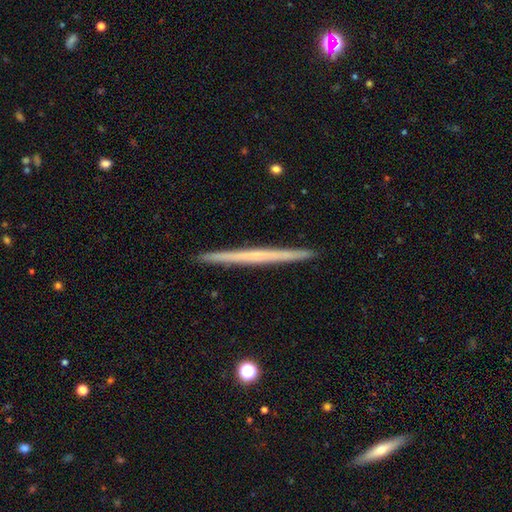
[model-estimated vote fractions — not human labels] Overall: featured or disk (58%; smooth 37%). Edge-on disk: yes (98%). Edge-on bulge: none (87%). Merging: none (93%).